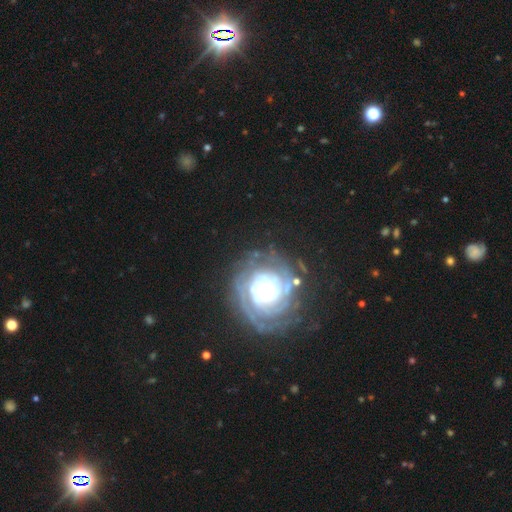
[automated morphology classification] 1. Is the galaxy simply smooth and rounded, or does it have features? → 56% featured or disk, 24% star or artifact, 20% smooth.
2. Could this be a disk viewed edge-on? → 94% no, 6% yes.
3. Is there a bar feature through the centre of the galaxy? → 73% no, 19% weak, 8% strong.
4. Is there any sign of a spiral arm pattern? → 77% yes, 23% no.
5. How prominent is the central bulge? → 39% large, 38% moderate, 11% small, 10% dominant, 3% none.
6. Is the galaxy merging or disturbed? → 79% none, 11% minor disturbance, 8% major disturbance, 2% merger.